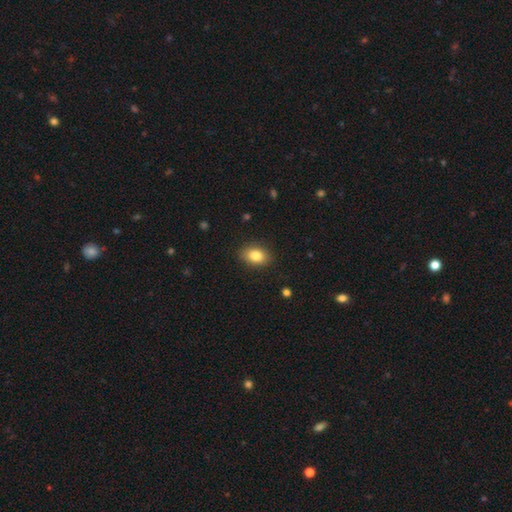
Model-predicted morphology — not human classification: Smooth or featured? Predicted: smooth (p=0.84). How rounded? Predicted: in between (p=0.80). Merging? Predicted: none (p=0.87).